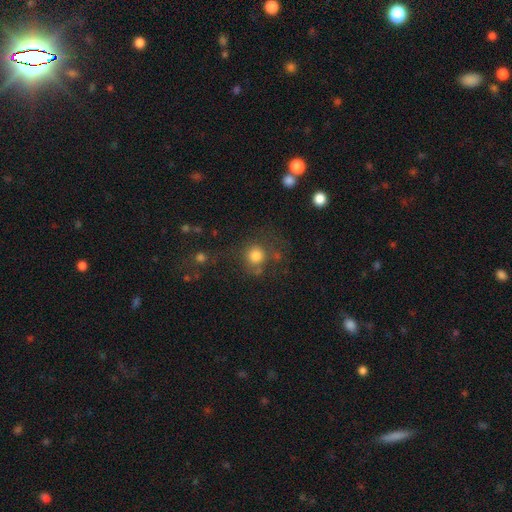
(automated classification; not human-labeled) A smooth galaxy with no disk features (77%) that is round (89%).

Vote fractions:
- Smooth or featured? smooth: 77% / star or artifact: 12% / featured or disk: 11%
- How rounded? round: 89% / in between: 10% / cigar-shaped: 1%
- Merging? none: 60% / minor disturbance: 16% / major disturbance: 13% / merger: 11%